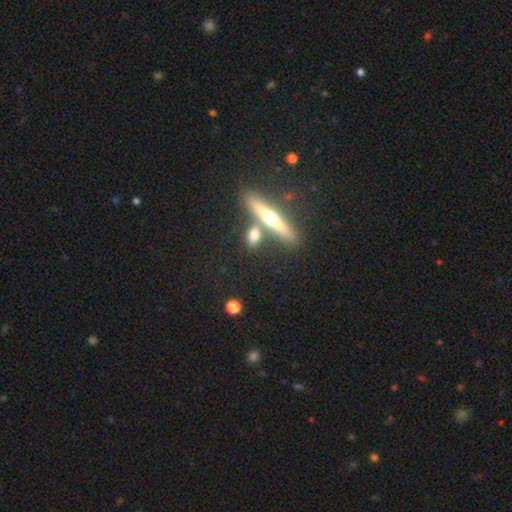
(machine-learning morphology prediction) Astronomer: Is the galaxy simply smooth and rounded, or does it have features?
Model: featured or disk — 67%.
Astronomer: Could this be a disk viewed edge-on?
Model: yes — 92%.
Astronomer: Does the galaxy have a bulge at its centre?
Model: rounded — 84%.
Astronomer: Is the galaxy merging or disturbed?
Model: none — 76%.